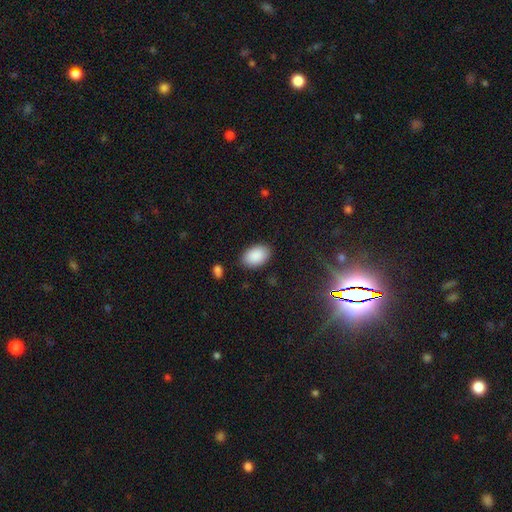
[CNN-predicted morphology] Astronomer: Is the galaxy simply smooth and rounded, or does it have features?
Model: smooth — 90%.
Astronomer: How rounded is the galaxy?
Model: in between — 91%.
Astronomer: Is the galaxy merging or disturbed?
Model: none — 86%.